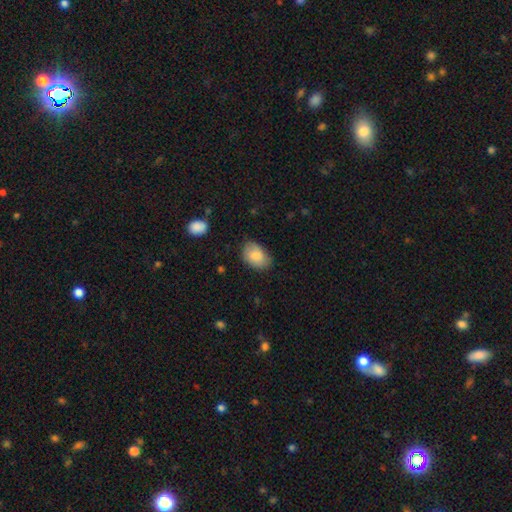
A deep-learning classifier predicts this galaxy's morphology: Q: Smooth or featured?
A: smooth (82%); runner-up: featured or disk (11%)
Q: How rounded?
A: in between (86%); runner-up: round (13%)
Q: Merging?
A: none (69%); runner-up: minor disturbance (25%)